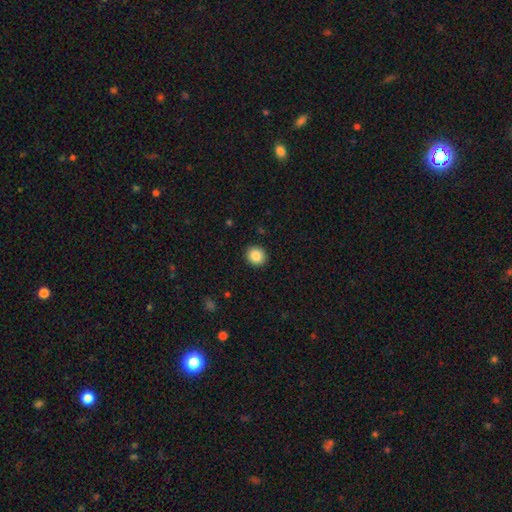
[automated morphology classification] The model was most divided on "how rounded": round: 83%, in between: 16%, cigar-shaped: 1%. More confident: merging — none (92%); smooth or featured — smooth (87%).